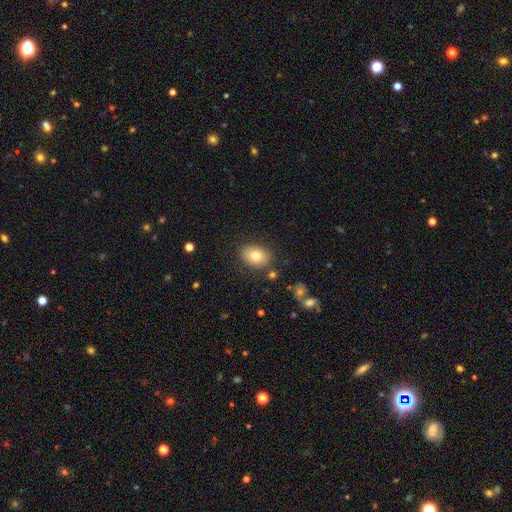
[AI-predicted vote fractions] smooth 79%, featured or disk 12%, star or artifact 9%. Down the decision tree: how rounded — in between (70%); merging — none (83%).